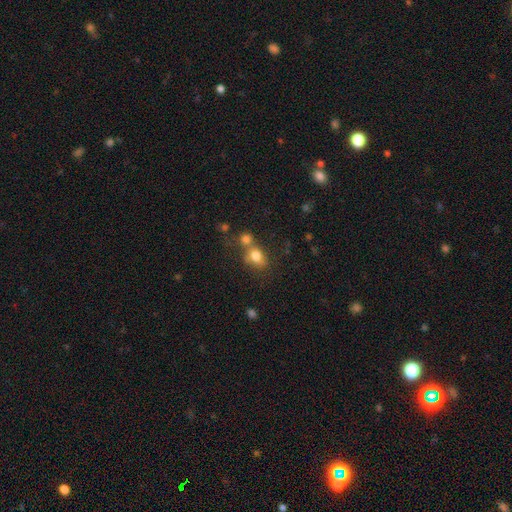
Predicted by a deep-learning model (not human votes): Morphology: type=smooth (78%); roundness=in between (52%); merging=merger (42%).